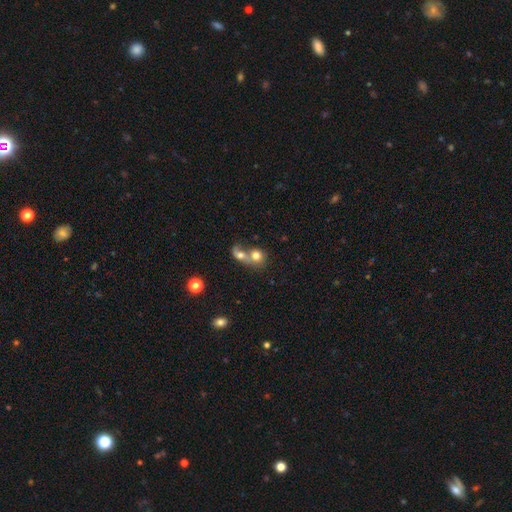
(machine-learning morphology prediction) A smooth galaxy with no disk features (71%) that is round (68%). Merging: merger (72%).